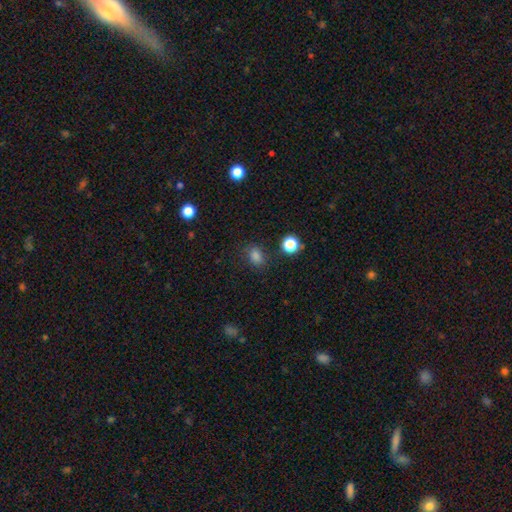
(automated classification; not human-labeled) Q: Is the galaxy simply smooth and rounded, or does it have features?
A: smooth — 80%.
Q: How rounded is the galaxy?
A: in between — 63%.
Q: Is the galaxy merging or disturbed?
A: none — 81%.